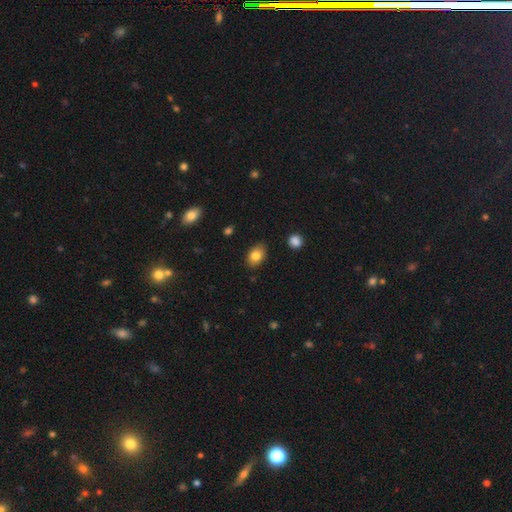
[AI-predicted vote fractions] This is clearly a smooth galaxy (82%). How rounded: likely in between (80%). Merging: clearly none (86%).